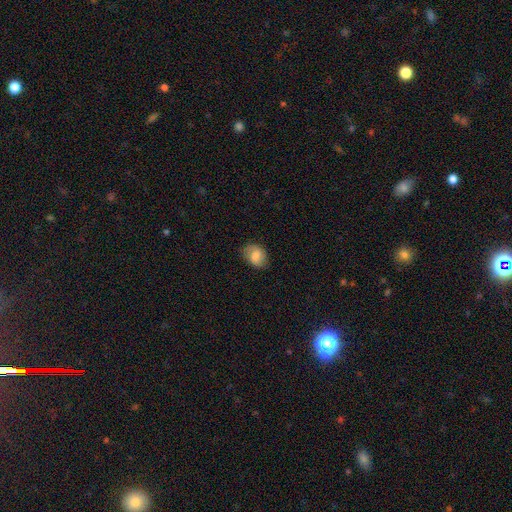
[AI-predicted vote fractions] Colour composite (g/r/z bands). It shows a smooth galaxy with no disk features (74%) that is in between round and cigar-shaped (70%). Merging: none (72%).